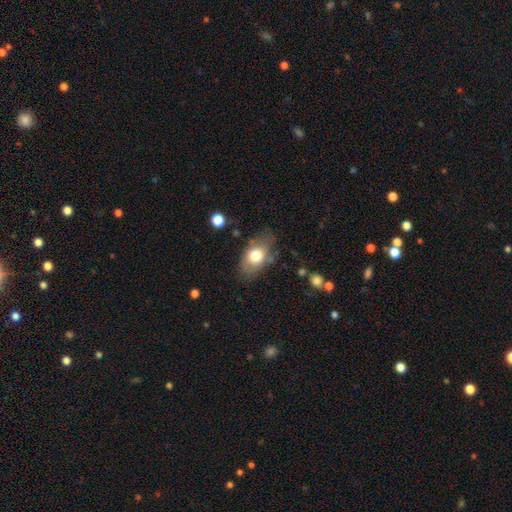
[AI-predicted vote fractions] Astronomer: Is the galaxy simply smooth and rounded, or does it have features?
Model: smooth — 71%.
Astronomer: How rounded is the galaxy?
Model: in between — 87%.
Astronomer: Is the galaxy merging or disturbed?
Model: none — 65%.